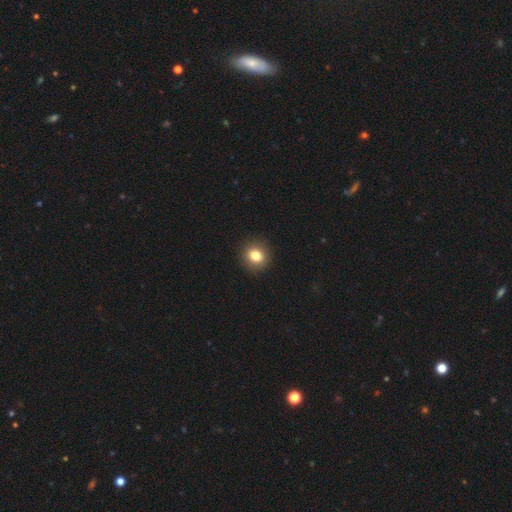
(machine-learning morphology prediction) The model was most divided on "how rounded": round: 83%, in between: 16%, cigar-shaped: 1%. More confident: merging — none (92%); smooth or featured — smooth (82%).